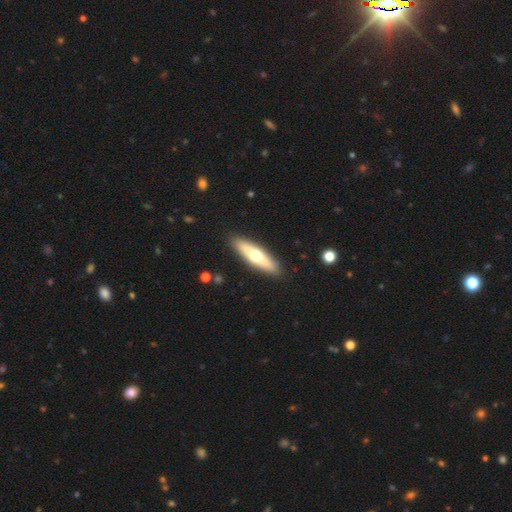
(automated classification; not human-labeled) Smooth or featured? smooth (55%)
How rounded? cigar-shaped (67%)
Merging? none (90%)